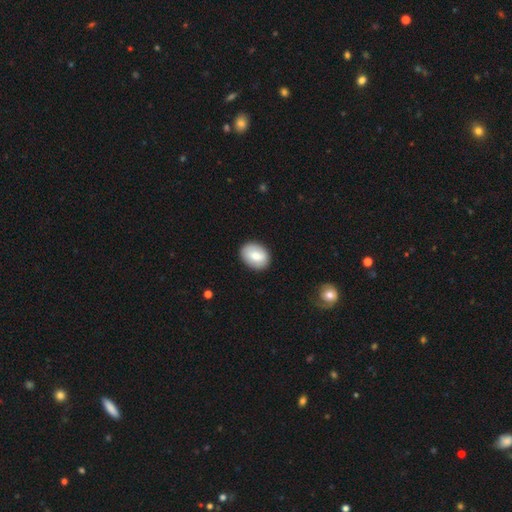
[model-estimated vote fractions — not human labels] This is clearly a smooth galaxy (81%). How rounded: likely in between (71%). Merging: clearly none (86%).